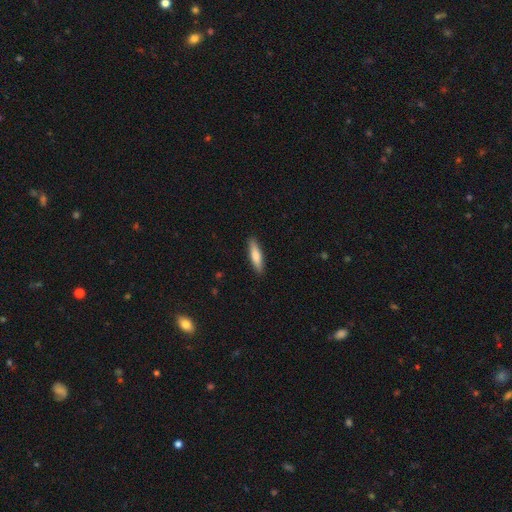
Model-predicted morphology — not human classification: smooth 73%, featured or disk 22%, star or artifact 5%. Down the decision tree: how rounded — cigar-shaped (71%); merging — none (90%).